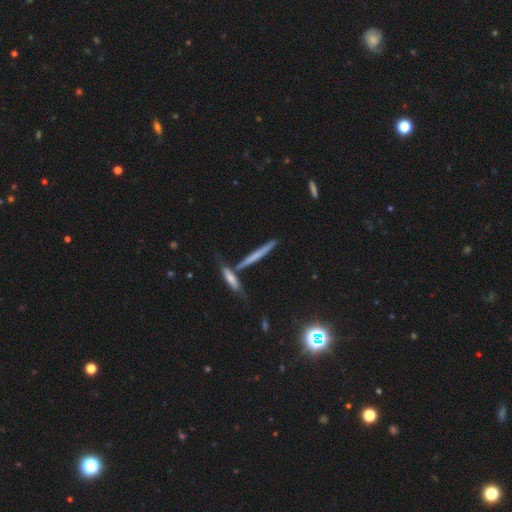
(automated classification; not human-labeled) Smooth or featured? featured or disk (46%)
Merging? none (71%)